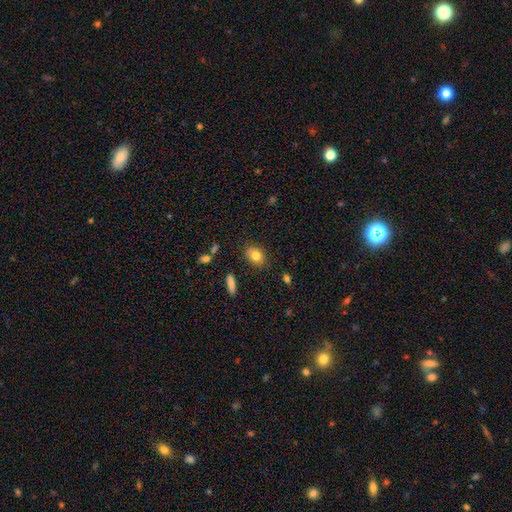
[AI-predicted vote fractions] Morphology: type=smooth (80%); roundness=in between (68%); merging=none (83%).